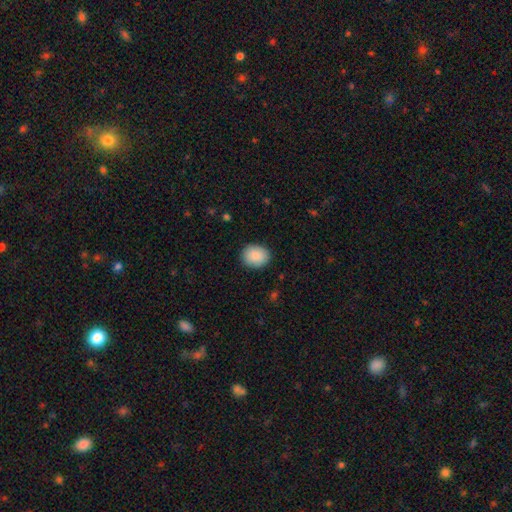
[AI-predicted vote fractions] This is clearly a smooth galaxy (90%). How rounded: likely round (61%). Merging: clearly none (89%).